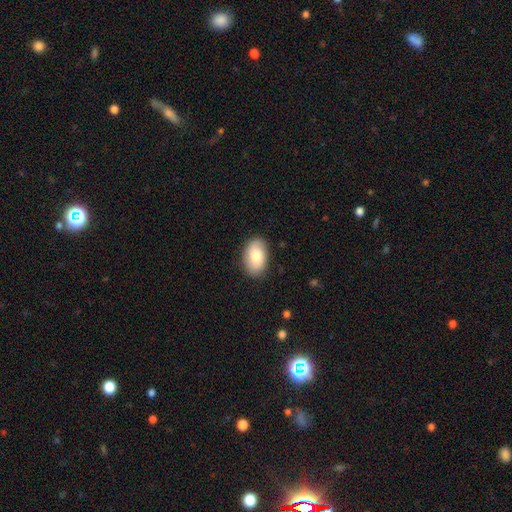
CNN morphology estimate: Smooth or featured? smooth (77%)
How rounded? in between (90%)
Merging? none (84%)